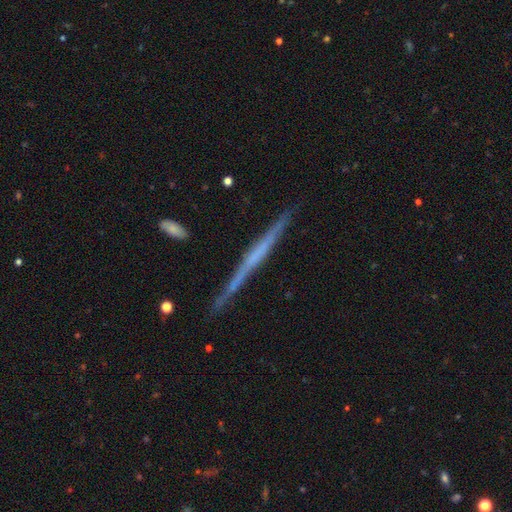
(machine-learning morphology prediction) smooth_or_featured: featured or disk (p=0.68) [alt: smooth p=0.25]
disk_edge_on: yes (p=0.97) [alt: no p=0.03]
edge_on_bulge: none (p=0.78) [alt: rounded p=0.13]
merging: none (p=0.87) [alt: minor disturbance p=0.10]